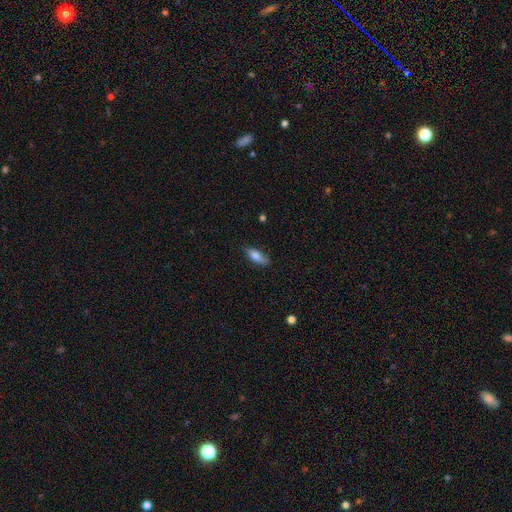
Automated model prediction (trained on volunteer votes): This is clearly a smooth galaxy (81%). How rounded: likely in between (74%). Merging: likely none (70%).